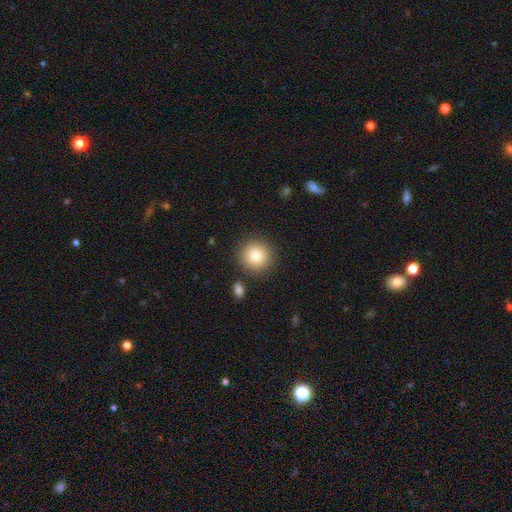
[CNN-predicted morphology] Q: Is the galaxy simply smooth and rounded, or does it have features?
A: smooth — 83%.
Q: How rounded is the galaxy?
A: round — 93%.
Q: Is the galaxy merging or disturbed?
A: none — 86%.